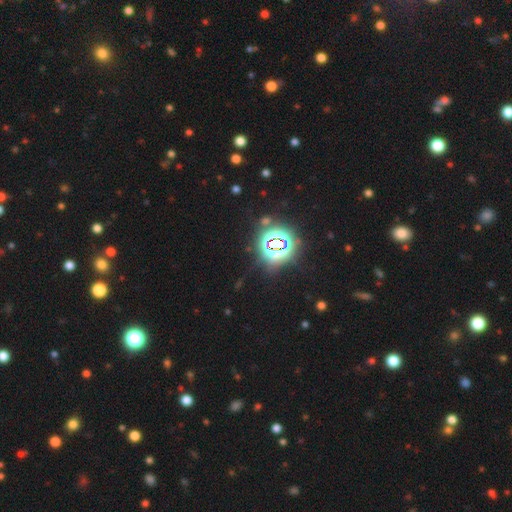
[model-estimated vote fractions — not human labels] Smooth or featured? Predicted: star or artifact (p=0.82).